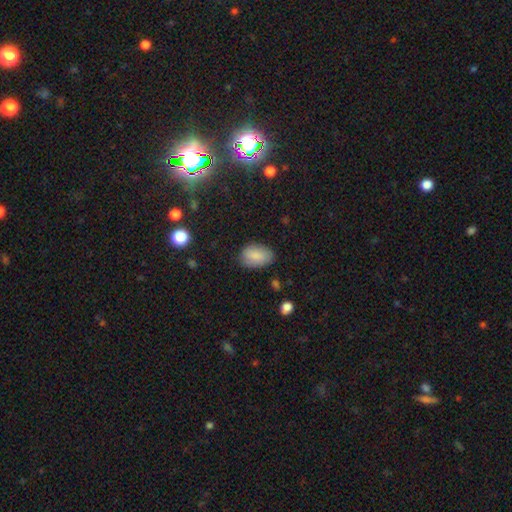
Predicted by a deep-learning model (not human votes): Smooth or featured?
  - smooth: 84% *
  - featured or disk: 9%
  - star or artifact: 7%
How rounded?
  - in between: 90% *
  - round: 8%
  - cigar-shaped: 1%
Merging?
  - none: 78% *
  - minor disturbance: 17%
  - major disturbance: 4%
  - merger: 1%